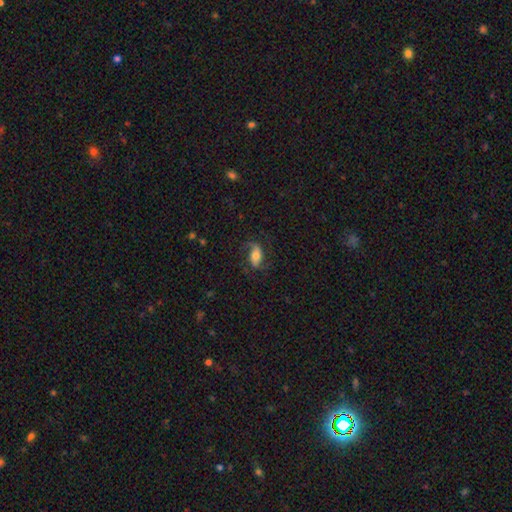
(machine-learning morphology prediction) type=featured or disk (49%); merging=none (66%).